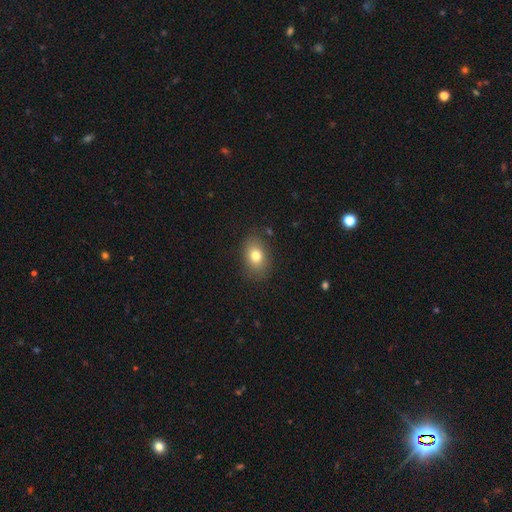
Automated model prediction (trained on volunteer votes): A smooth galaxy with no disk features (78%) that is in between round and cigar-shaped (77%).

Vote fractions:
- Smooth or featured? smooth: 78% / featured or disk: 12% / star or artifact: 10%
- How rounded? in between: 77% / round: 21% / cigar-shaped: 1%
- Merging? none: 83% / minor disturbance: 12% / major disturbance: 3% / merger: 1%